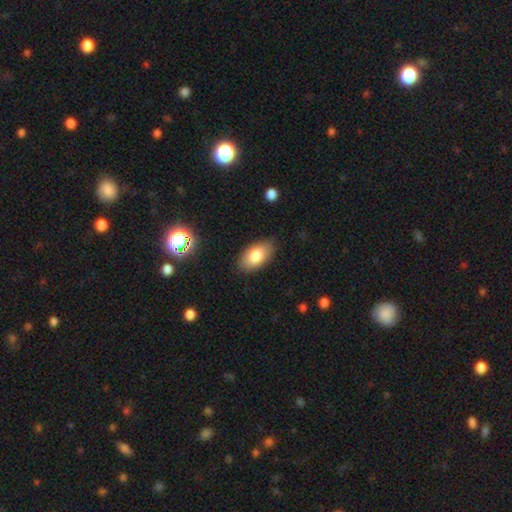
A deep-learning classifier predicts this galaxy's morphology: This appears to be a smooth galaxy with no disk features (81%) that is in between round and cigar-shaped (94%). Merging: none (84%).